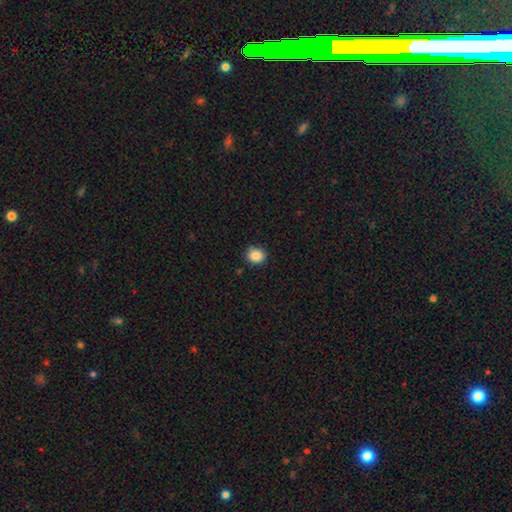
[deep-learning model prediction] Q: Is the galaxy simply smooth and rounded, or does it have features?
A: smooth — 87%.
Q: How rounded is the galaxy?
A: round — 79%.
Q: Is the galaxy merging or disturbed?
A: none — 84%.